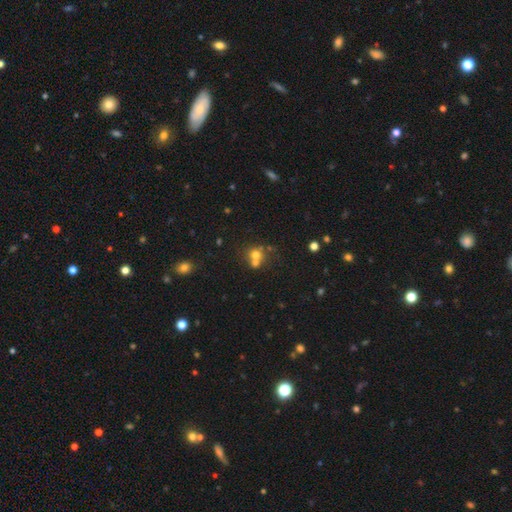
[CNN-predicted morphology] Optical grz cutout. It shows a smooth galaxy with no disk features (65%) that is round (80%). Merging: merger (50%).